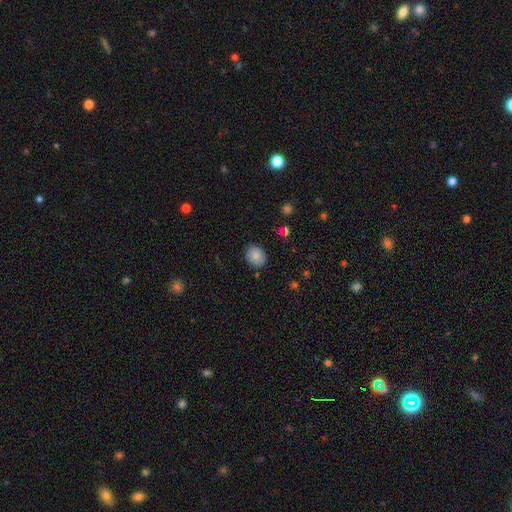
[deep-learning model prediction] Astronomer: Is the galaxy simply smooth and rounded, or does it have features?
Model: smooth — 85%.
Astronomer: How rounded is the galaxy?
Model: in between — 55% (runner-up: round, 44%).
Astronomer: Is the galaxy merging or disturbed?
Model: none — 85%.